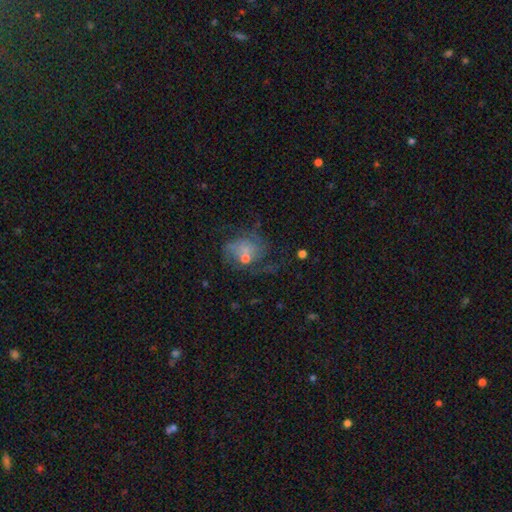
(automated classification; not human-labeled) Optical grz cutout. It shows a featured or disk galaxy (55%) with no bar (74%), spiral arms (78%) and a small central bulge (47%). Merging: none (55%).